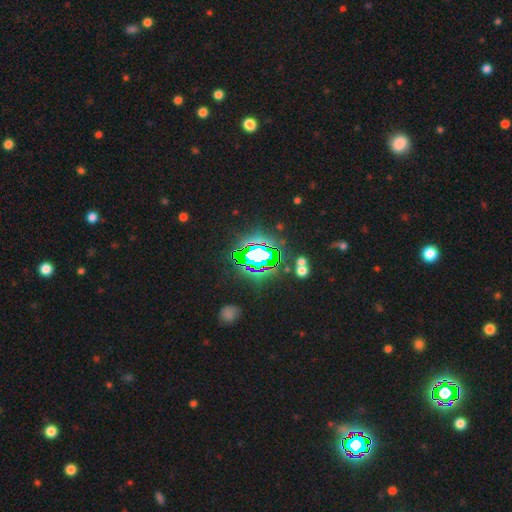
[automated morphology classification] type=star or artifact (76%).